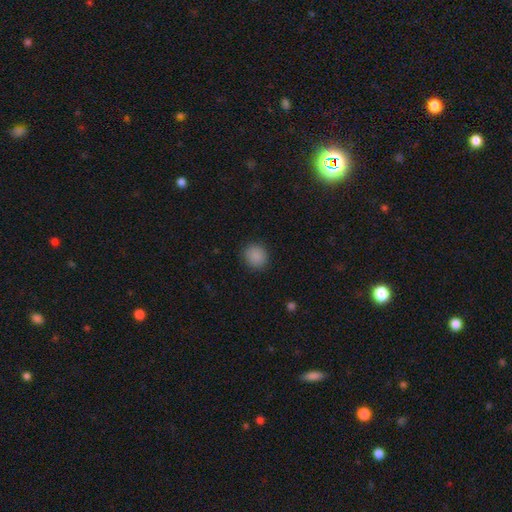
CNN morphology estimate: Overall: smooth (87%). How rounded: round (82%). Merging: none (89%).